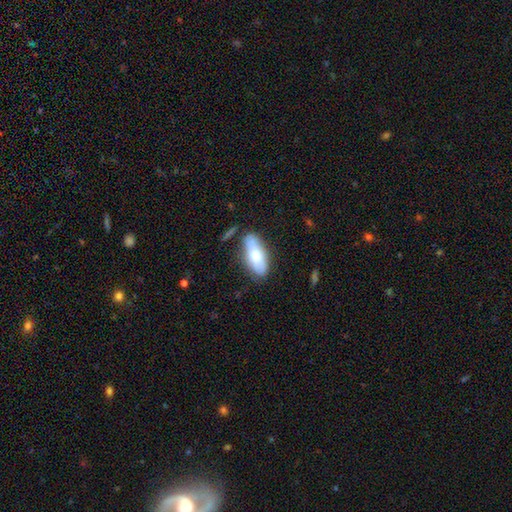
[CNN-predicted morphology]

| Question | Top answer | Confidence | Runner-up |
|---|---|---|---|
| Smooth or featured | smooth | 66% | featured or disk (28%) |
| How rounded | in between | 83% | cigar-shaped (14%) |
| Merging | none | 69% | minor disturbance (20%) |